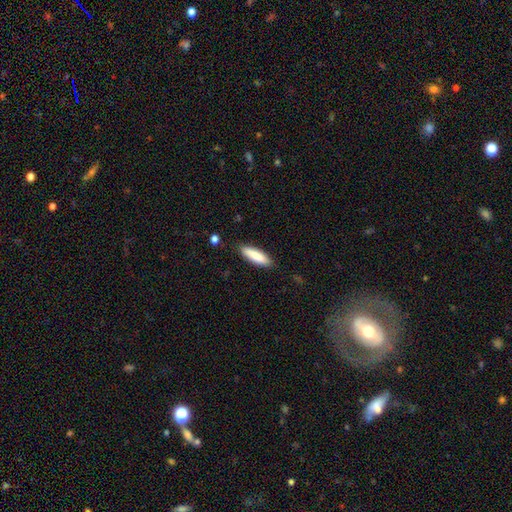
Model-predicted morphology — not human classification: The model was most divided on "how rounded": cigar-shaped: 58%, in between: 40%, round: 1%. More confident: merging — none (87%); smooth or featured — smooth (86%).